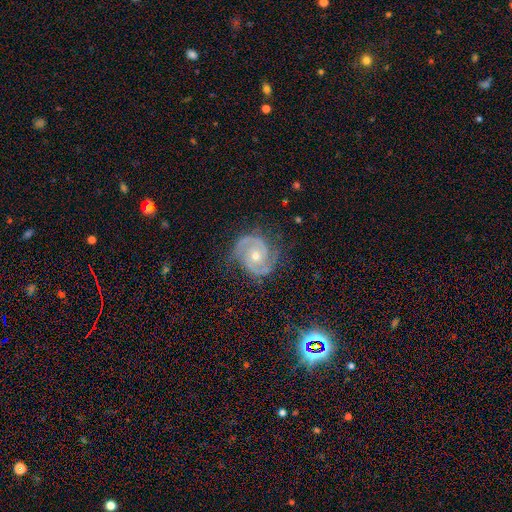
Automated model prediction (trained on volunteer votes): A featured or disk galaxy (91%) with no bar (73%), 2 (85%) tight (55%) spiral arms (98%) and a moderate central bulge (52%).

Vote fractions:
- Smooth or featured? featured or disk: 91% / star or artifact: 6% / smooth: 3%
- Edge-on disk? no: 98% / yes: 2%
- Bar? no: 73% / weak: 21% / strong: 7%
- Spiral arms? yes: 98% / no: 2%
- Spiral winding? tight: 55% / medium: 40% / loose: 6%
- Spiral arm count? 2: 85% / 3: 8% / can't tell: 3% / 4: 2% / 1: 2% / more than 4: 2%
- Bulge size? moderate: 52% / small: 45% / large: 1% / none: 1% / dominant: 1%
- Merging? none: 78% / minor disturbance: 16% / major disturbance: 5% / merger: 1%